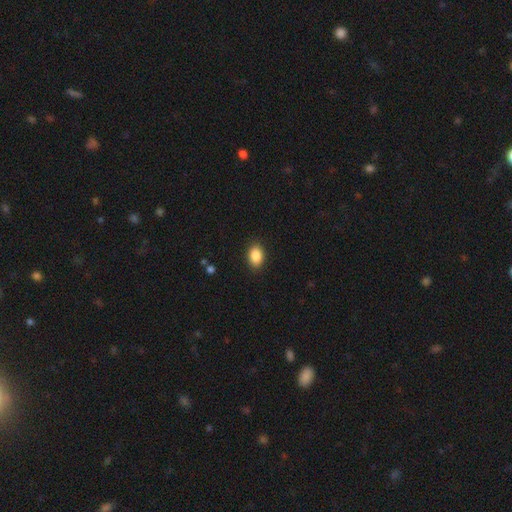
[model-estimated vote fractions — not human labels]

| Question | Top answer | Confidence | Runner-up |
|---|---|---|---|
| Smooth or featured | smooth | 88% | star or artifact (8%) |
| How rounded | in between | 83% | round (16%) |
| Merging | none | 89% | minor disturbance (8%) |